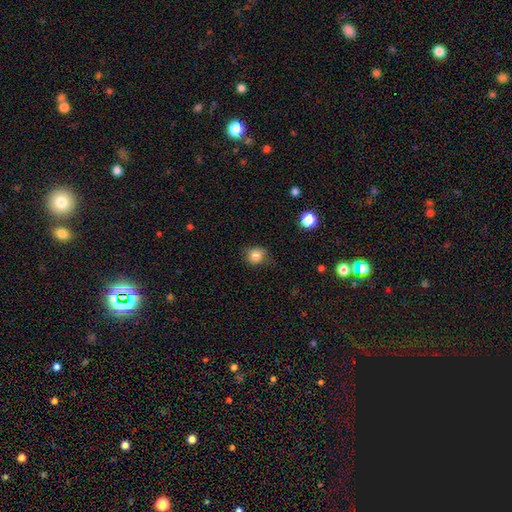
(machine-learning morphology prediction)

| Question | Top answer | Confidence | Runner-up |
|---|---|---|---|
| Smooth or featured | smooth | 83% | star or artifact (11%) |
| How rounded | round | 80% | in between (19%) |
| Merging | none | 76% | minor disturbance (18%) |